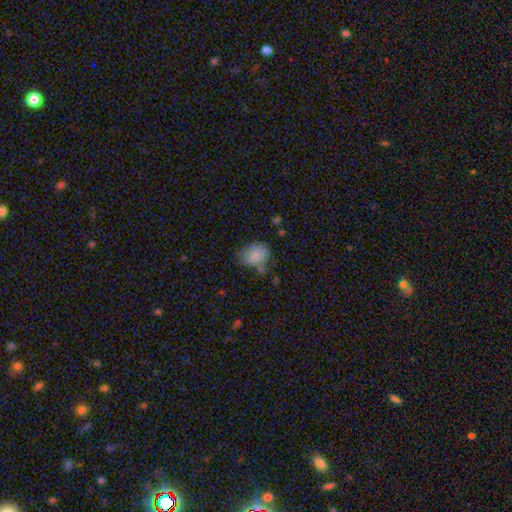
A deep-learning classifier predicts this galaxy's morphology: smooth 78%, featured or disk 14%, star or artifact 8%. Down the decision tree: how rounded — in between (61%); merging — none (52%).